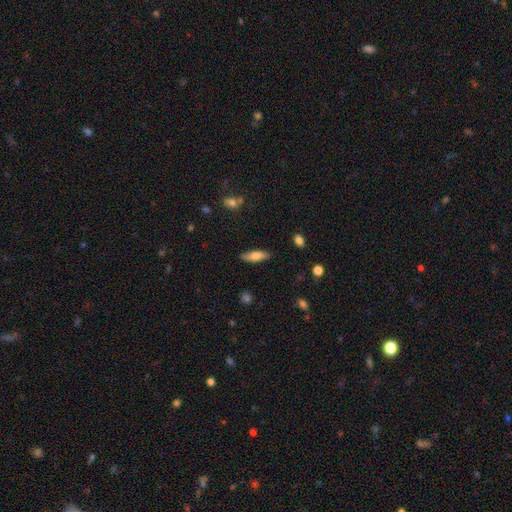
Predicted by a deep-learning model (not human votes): Smooth or featured? smooth (74%)
How rounded? in between (51%)
Merging? none (86%)